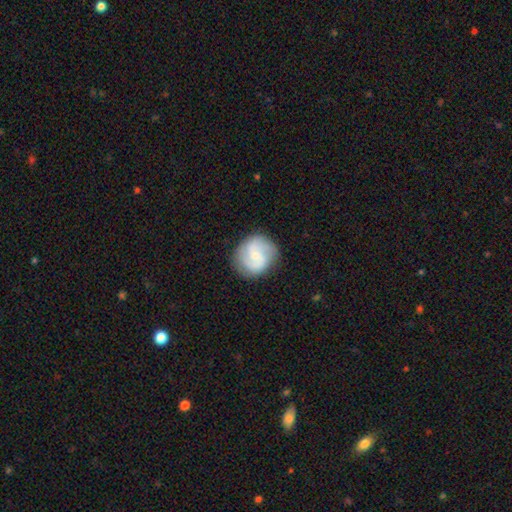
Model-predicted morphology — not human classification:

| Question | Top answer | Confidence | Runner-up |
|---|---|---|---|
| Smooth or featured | featured or disk | 71% | smooth (23%) |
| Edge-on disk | no | 98% | yes (2%) |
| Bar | no | 53% | weak (41%) |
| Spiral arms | yes | 94% | no (6%) |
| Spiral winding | medium | 51% | tight (28%) |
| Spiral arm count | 2 | 78% | can't tell (8%) |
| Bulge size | small | 66% | moderate (27%) |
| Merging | none | 82% | minor disturbance (13%) |